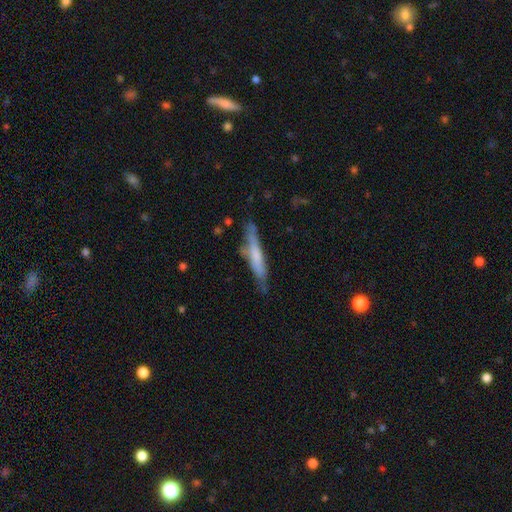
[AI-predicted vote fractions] smooth-or-featured: smooth: 58% | featured or disk: 36% | star or artifact: 6%
  how-rounded: cigar-shaped: 90% | in between: 9% | round: 1%
  merging: none: 66% | minor disturbance: 24% | major disturbance: 6% | merger: 4%